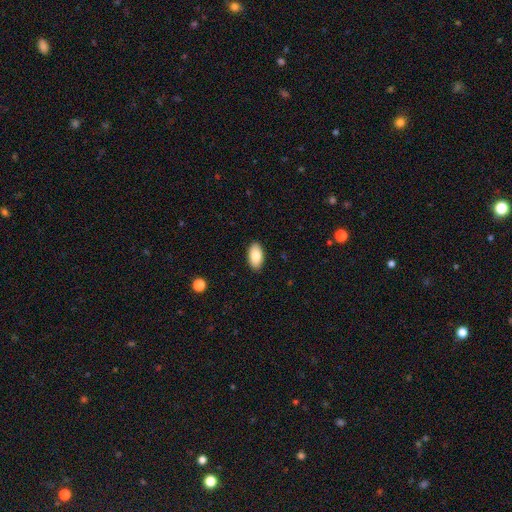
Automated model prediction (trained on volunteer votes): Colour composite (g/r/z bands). It shows a smooth galaxy with no disk features (85%) that is in between round and cigar-shaped (95%). Merging: none (89%).